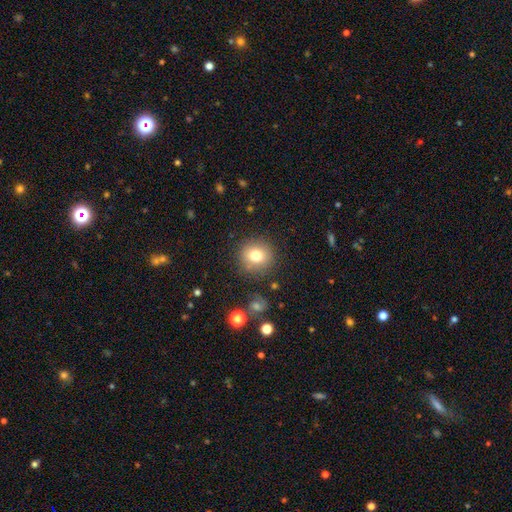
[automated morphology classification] This is likely a smooth galaxy (77%). How rounded: clearly round (90%). Merging: clearly none (85%).